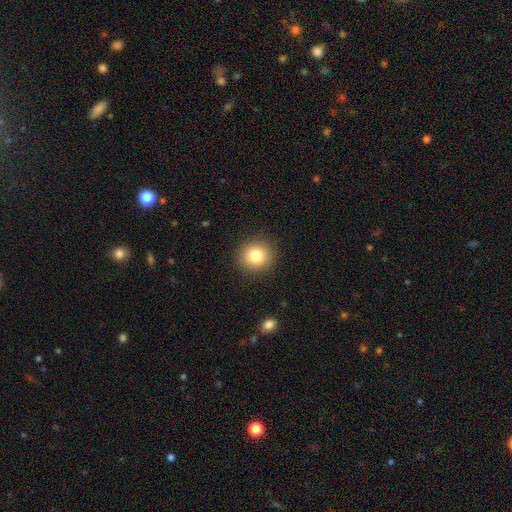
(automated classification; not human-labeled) Smooth or featured? smooth (81%)
How rounded? round (87%)
Merging? none (90%)